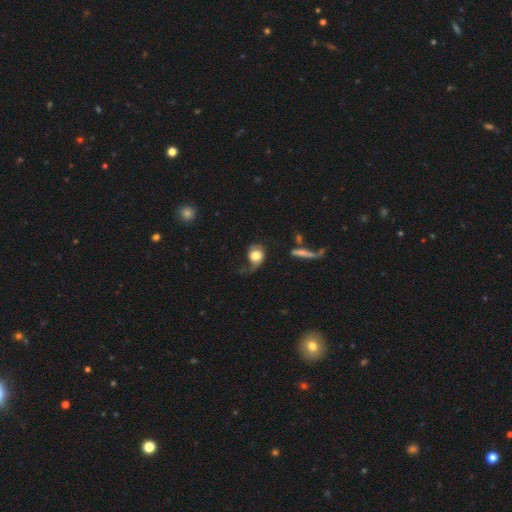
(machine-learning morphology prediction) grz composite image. It shows a smooth galaxy with no disk features (64%) that is round (63%). Merging: major disturbance (39%).